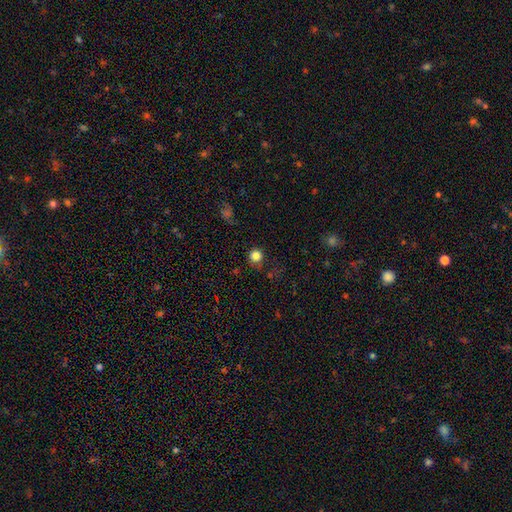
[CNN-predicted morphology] A smooth galaxy with no disk features (82%) that is round (92%).

Vote fractions:
- Smooth or featured? smooth: 82% / star or artifact: 13% / featured or disk: 5%
- How rounded? round: 92% / in between: 7% / cigar-shaped: 1%
- Merging? none: 75% / minor disturbance: 15% / major disturbance: 7% / merger: 3%